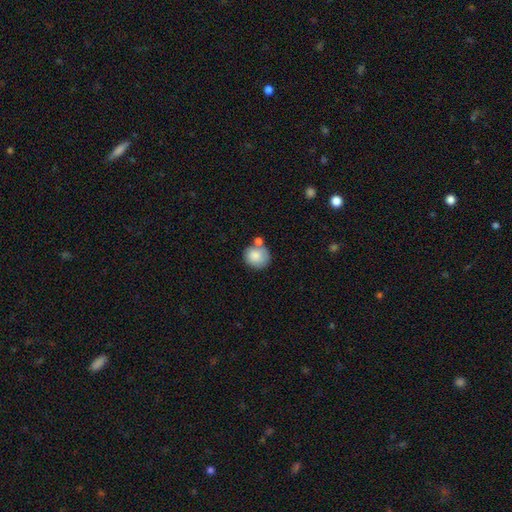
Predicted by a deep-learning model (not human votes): The model was most divided on "merging": none: 54%, merger: 24%, minor disturbance: 16%, major disturbance: 5%. More confident: smooth or featured — smooth (82%); how rounded — round (81%).